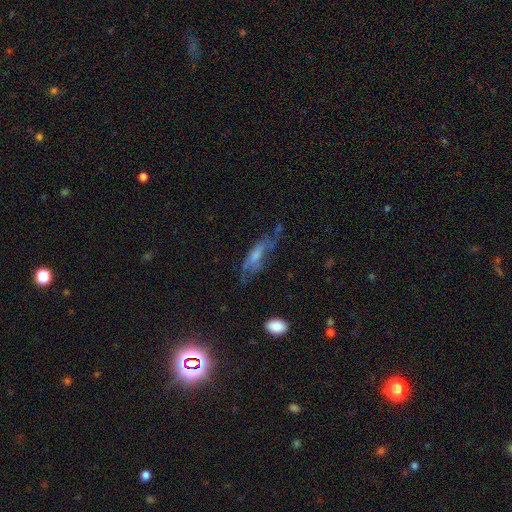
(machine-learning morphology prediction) This is possibly a featured or disk galaxy (53%). It is likely not viewed edge-on (70%). Merging: marginally none (43%).